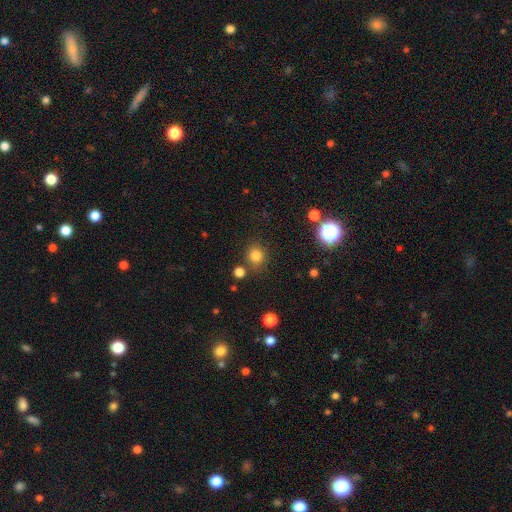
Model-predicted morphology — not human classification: smooth-or-featured: smooth: 80% | star or artifact: 15% | featured or disk: 5%
  how-rounded: round: 84% | in between: 15% | cigar-shaped: 1%
  merging: none: 80% | minor disturbance: 10% | merger: 6% | major disturbance: 4%